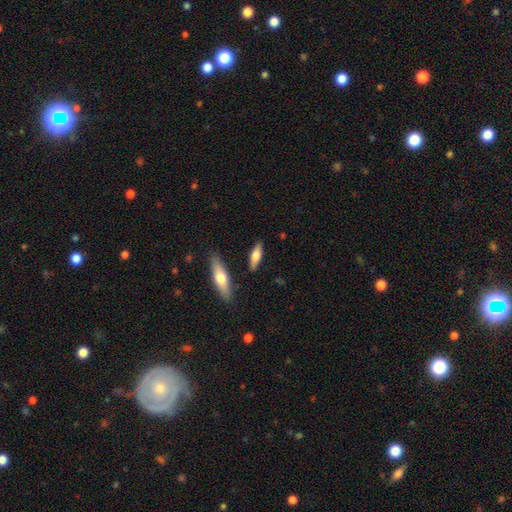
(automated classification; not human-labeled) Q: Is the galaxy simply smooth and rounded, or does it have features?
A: smooth — 58%.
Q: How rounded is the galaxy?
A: cigar-shaped — 52%.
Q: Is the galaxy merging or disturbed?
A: none — 84%.